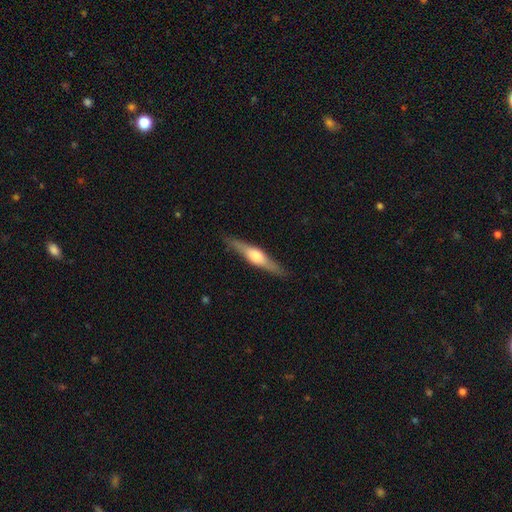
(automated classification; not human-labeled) A featured or disk galaxy (63%) viewed edge-on (94%) with a rounded central bulge (85%). Merging: none (87%).